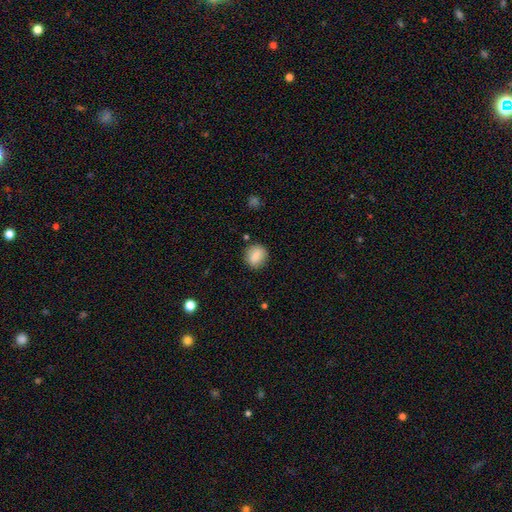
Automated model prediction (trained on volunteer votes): Smooth or featured?
  - smooth: 82% *
  - featured or disk: 10%
  - star or artifact: 8%
How rounded?
  - round: 80% *
  - in between: 19%
  - cigar-shaped: 1%
Merging?
  - none: 85% *
  - minor disturbance: 10%
  - major disturbance: 3%
  - merger: 2%